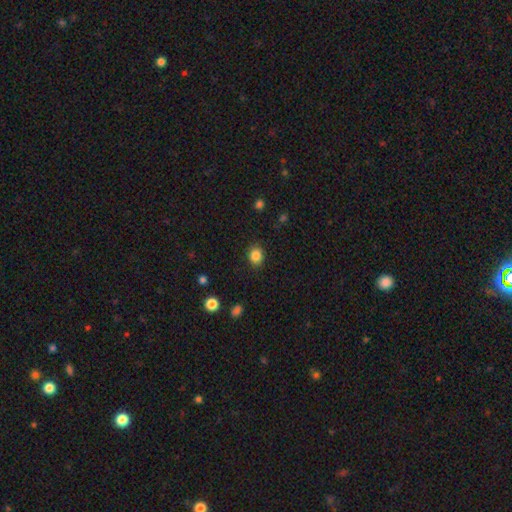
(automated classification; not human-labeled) Morphology: type=smooth (86%); roundness=round (68%); merging=none (88%).